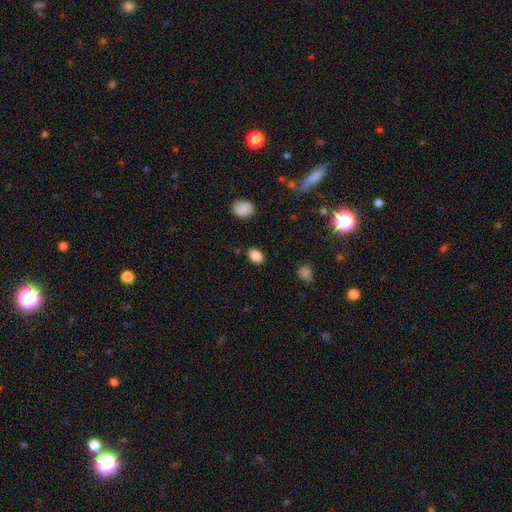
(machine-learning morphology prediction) smooth 86%, star or artifact 9%, featured or disk 4%. Down the decision tree: how rounded — in between (76%); merging — none (84%).